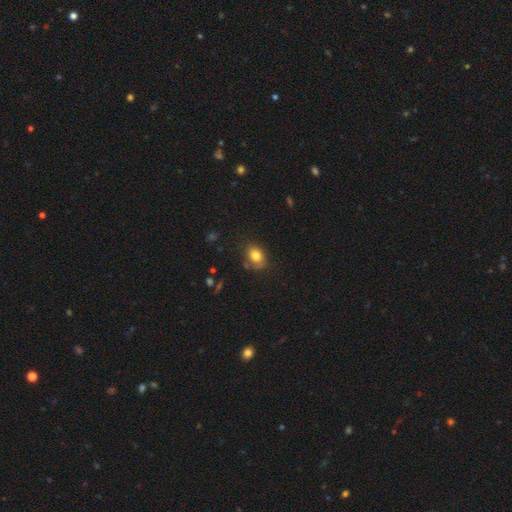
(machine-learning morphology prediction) Q: Smooth or featured?
A: smooth (81%); runner-up: star or artifact (10%)
Q: How rounded?
A: in between (62%); runner-up: round (37%)
Q: Merging?
A: none (69%); runner-up: minor disturbance (21%)